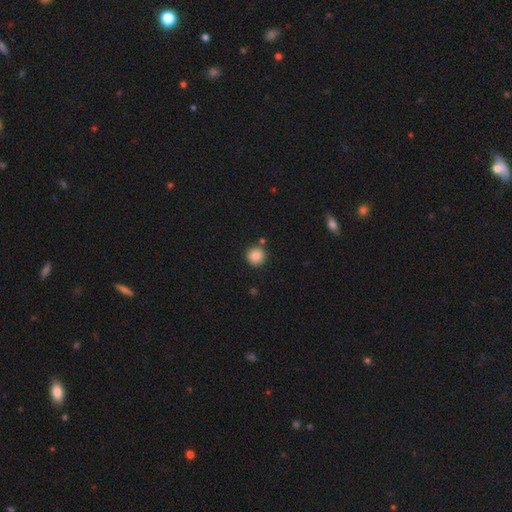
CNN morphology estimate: Smooth or featured? smooth (87%)
How rounded? round (95%)
Merging? none (85%)